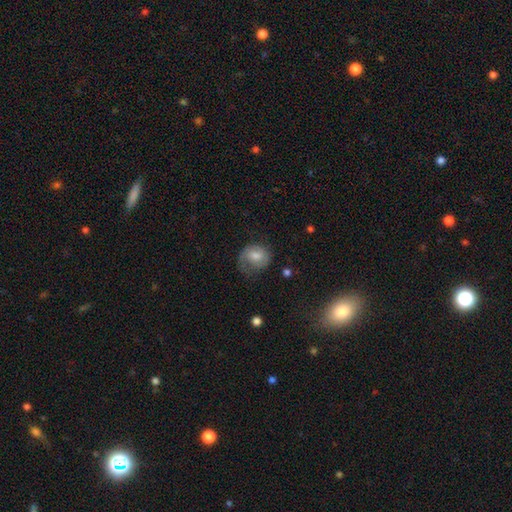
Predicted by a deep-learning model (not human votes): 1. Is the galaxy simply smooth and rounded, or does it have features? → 59% smooth, 33% featured or disk, 8% star or artifact.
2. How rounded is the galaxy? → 62% round, 37% in between, 1% cigar-shaped.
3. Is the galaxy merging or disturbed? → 46% none, 29% minor disturbance, 23% major disturbance, 2% merger.